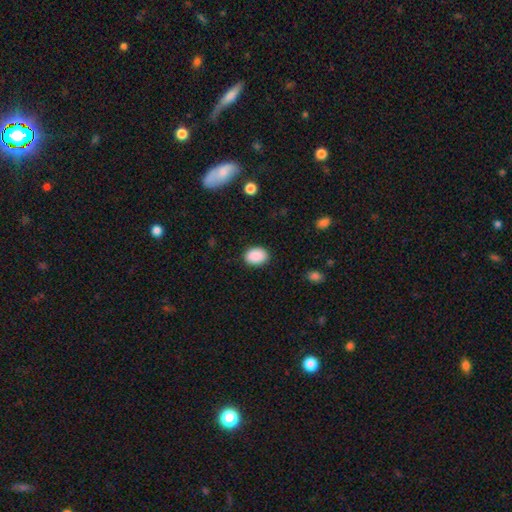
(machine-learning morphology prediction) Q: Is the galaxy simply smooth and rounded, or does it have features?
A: smooth — 89%.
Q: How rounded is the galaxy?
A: in between — 72%.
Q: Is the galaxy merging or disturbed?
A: none — 87%.